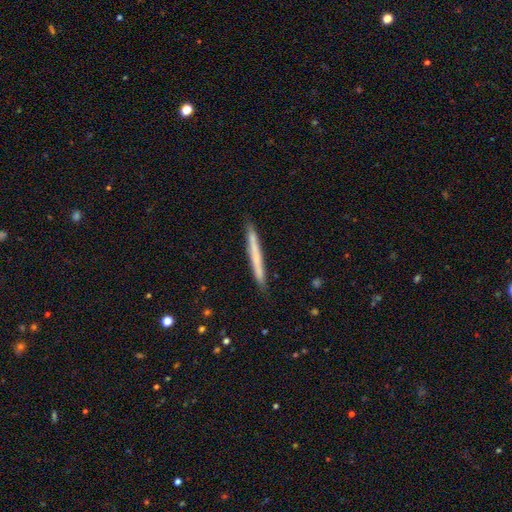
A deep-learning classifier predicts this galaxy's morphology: smooth-or-featured: smooth: 59% | featured or disk: 35% | star or artifact: 6%
  how-rounded: cigar-shaped: 97% | in between: 2% | round: 1%
  merging: none: 90% | minor disturbance: 8% | major disturbance: 1% | merger: 1%